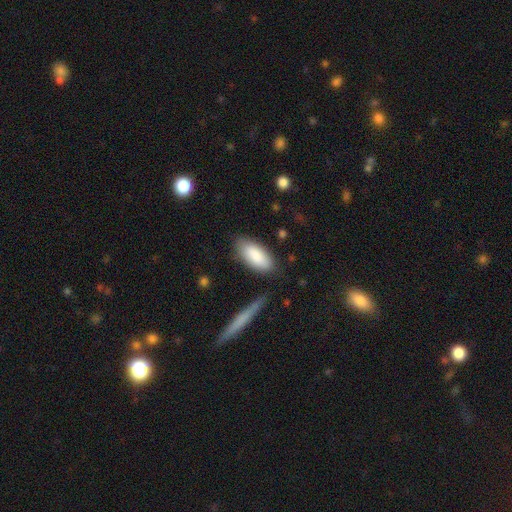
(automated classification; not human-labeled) Smooth or featured?
  - smooth: 86% *
  - featured or disk: 8%
  - star or artifact: 6%
How rounded?
  - in between: 87% *
  - cigar-shaped: 11%
  - round: 2%
Merging?
  - none: 78% *
  - minor disturbance: 15%
  - major disturbance: 4%
  - merger: 3%